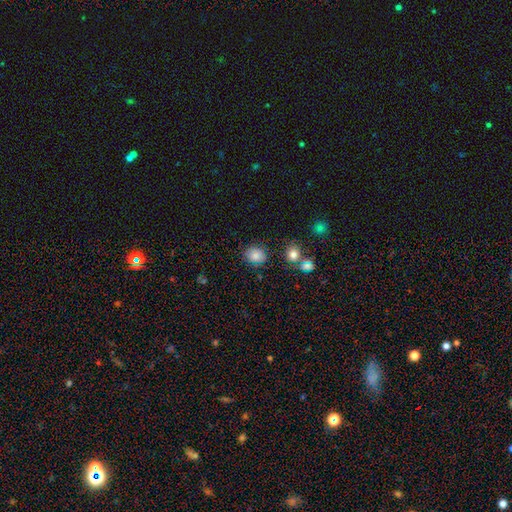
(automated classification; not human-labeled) smooth_or_featured: smooth (p=0.82) [alt: star or artifact p=0.11]
how_rounded: round (p=0.63) [alt: in between p=0.36]
merging: none (p=0.79) [alt: minor disturbance p=0.13]